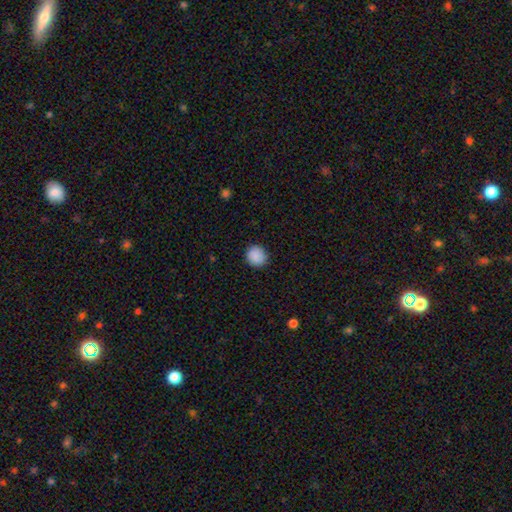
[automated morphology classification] Smooth or featured? Predicted: smooth (p=0.89). How rounded? Predicted: round (p=0.88). Merging? Predicted: none (p=0.89).